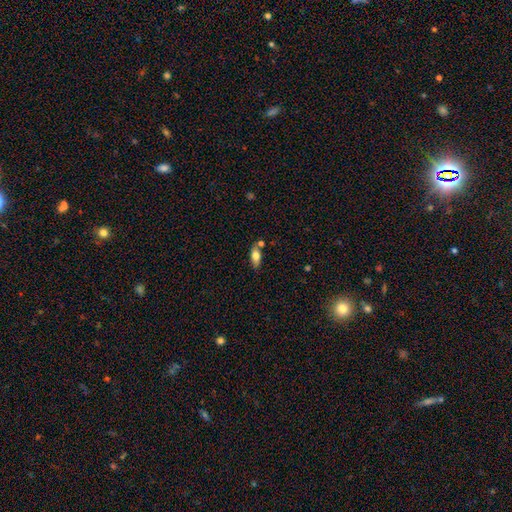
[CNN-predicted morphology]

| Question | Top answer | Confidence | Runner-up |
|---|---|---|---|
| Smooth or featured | smooth | 73% | featured or disk (20%) |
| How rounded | in between | 83% | cigar-shaped (14%) |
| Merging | none | 69% | minor disturbance (16%) |